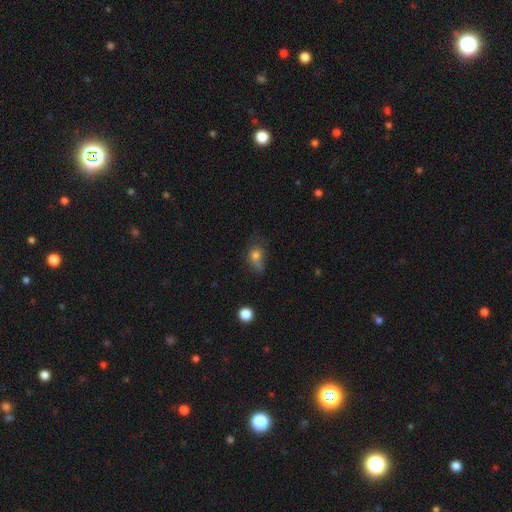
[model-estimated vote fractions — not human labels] Smooth or featured? Predicted: smooth (p=0.73). How rounded? Predicted: round (p=0.49, tied with in between). Merging? Predicted: none (p=0.37).